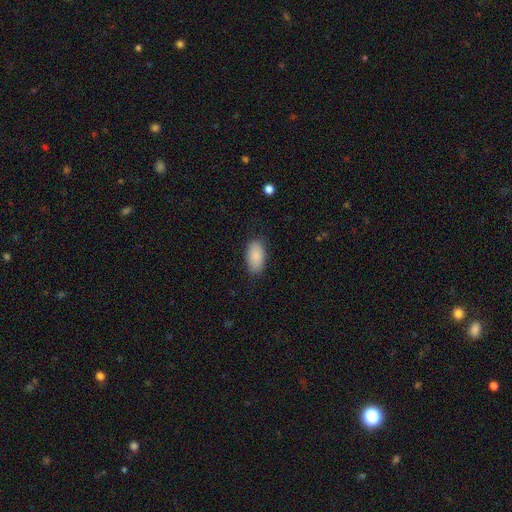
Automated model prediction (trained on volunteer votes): Smooth or featured? Predicted: smooth (p=0.89). How rounded? Predicted: in between (p=0.94). Merging? Predicted: none (p=0.84).